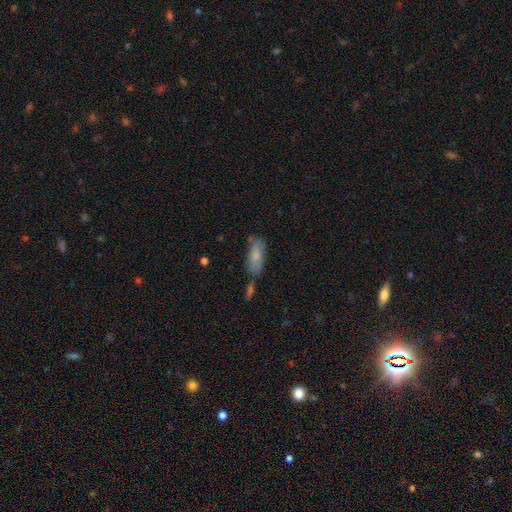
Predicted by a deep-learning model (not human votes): smooth-or-featured: smooth: 77% | featured or disk: 16% | star or artifact: 7%
  how-rounded: in between: 78% | cigar-shaped: 19% | round: 2%
  merging: none: 60% | minor disturbance: 20% | merger: 14% | major disturbance: 6%